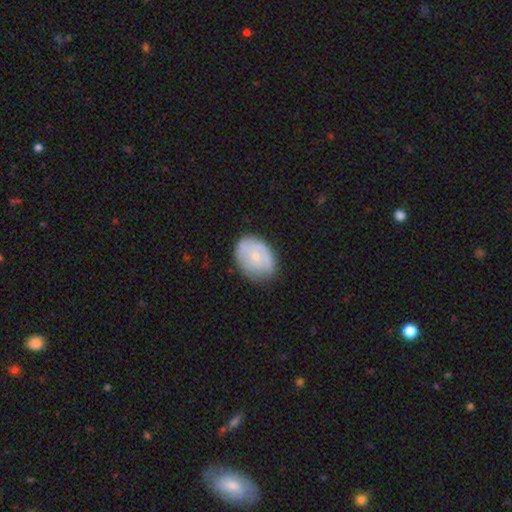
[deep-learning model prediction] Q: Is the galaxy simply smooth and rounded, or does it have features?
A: smooth — 47%, tied with featured or disk.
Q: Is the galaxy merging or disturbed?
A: none — 65%.